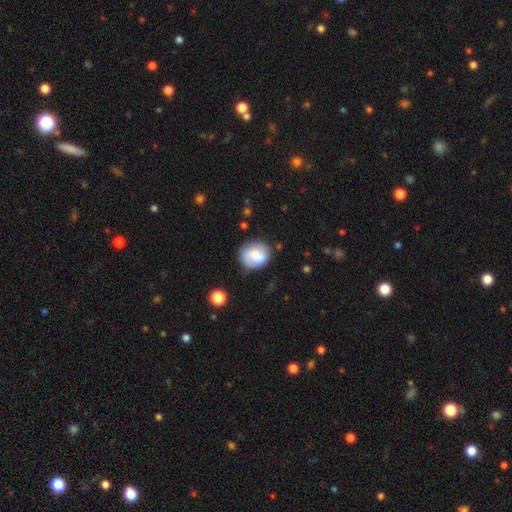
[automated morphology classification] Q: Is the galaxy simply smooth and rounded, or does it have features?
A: smooth — 61%.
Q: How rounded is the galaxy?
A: round — 73%.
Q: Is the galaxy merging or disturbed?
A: none — 65%.